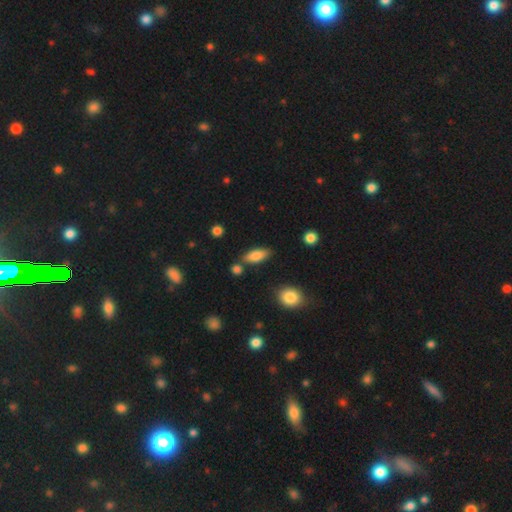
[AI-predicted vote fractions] This appears to be a smooth galaxy with no disk features (80%) that is in between round and cigar-shaped (76%). Merging: none (76%).